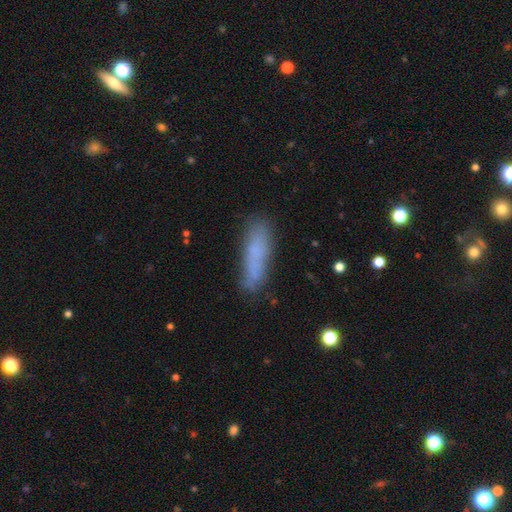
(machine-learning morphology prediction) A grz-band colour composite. It shows a smooth galaxy with no disk features (74%) that is cigar-shaped (68%). Merging: none (75%).